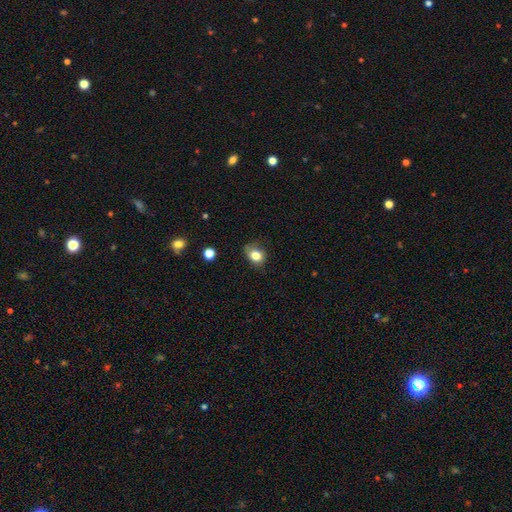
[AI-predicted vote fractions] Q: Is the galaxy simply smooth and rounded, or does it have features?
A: smooth — 80%.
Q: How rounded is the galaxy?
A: round — 59%.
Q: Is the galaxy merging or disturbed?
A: none — 67%.